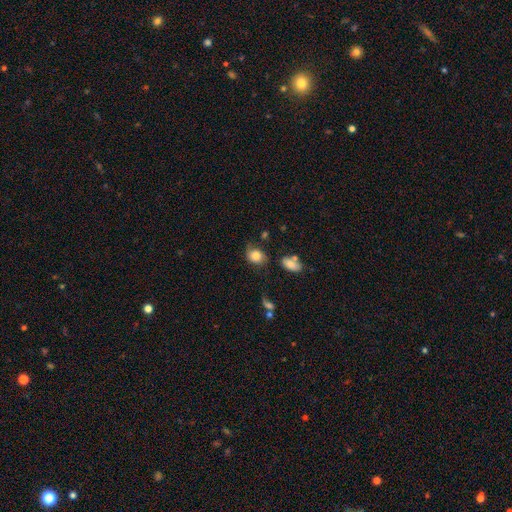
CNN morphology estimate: smooth 76%, featured or disk 15%, star or artifact 9%. Down the decision tree: how rounded — in between (51%); merging — none (55%).